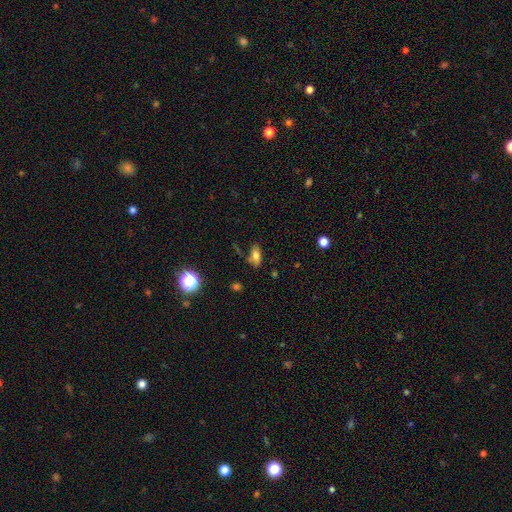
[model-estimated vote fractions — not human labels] Smooth or featured? smooth (72%)
How rounded? in between (83%)
Merging? none (65%)